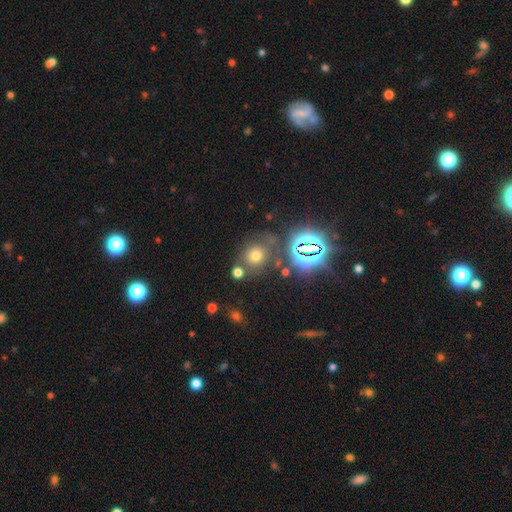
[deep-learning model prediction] Q: Smooth or featured?
A: smooth (60%); runner-up: star or artifact (29%)
Q: How rounded?
A: round (82%); runner-up: in between (17%)
Q: Merging?
A: none (69%); runner-up: minor disturbance (13%)